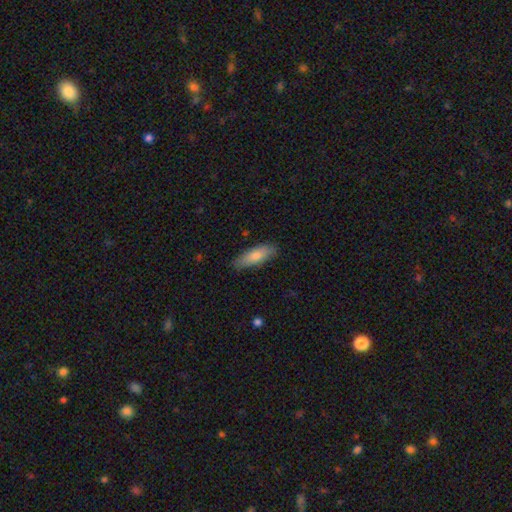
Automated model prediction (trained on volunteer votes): Smooth or featured: smooth — 75% (featured or disk — 19%)
How rounded: in between — 51% (cigar-shaped — 47%)
Merging: none — 84% (minor disturbance — 12%)